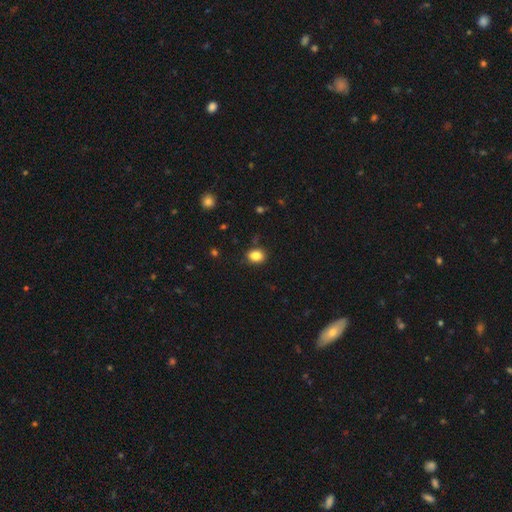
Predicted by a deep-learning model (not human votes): A smooth galaxy with no disk features (85%) that is in between round and cigar-shaped (54%). Merging: none (83%).